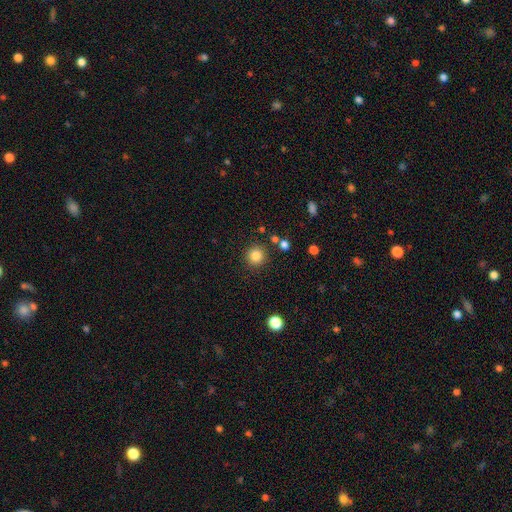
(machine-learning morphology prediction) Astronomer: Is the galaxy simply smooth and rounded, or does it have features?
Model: smooth — 84%.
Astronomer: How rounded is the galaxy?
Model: round — 93%.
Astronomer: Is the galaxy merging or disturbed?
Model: none — 87%.